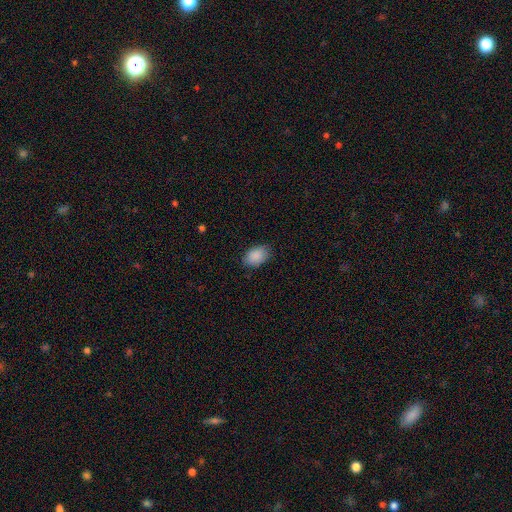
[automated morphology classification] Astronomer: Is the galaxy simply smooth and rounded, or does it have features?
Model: smooth — 89%.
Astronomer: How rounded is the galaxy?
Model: in between — 87%.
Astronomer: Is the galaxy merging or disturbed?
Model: none — 83%.